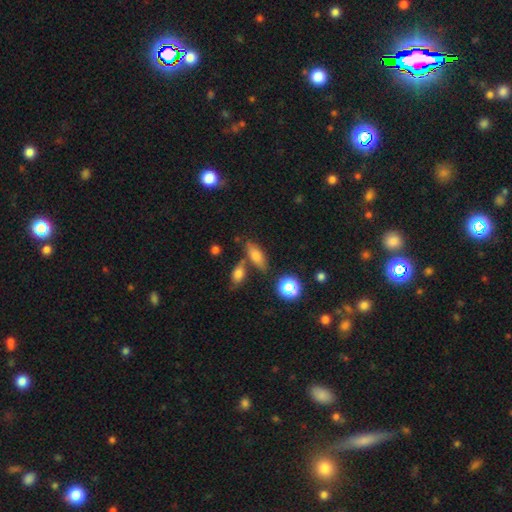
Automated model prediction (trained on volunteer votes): Q: Smooth or featured?
A: smooth (74%); runner-up: featured or disk (15%)
Q: How rounded?
A: in between (71%); runner-up: cigar-shaped (23%)
Q: Merging?
A: none (63%); runner-up: merger (18%)